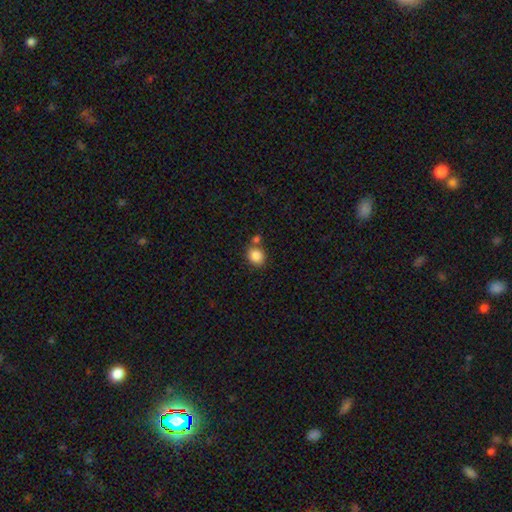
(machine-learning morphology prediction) Smooth or featured?
  - smooth: 86% *
  - star or artifact: 9%
  - featured or disk: 5%
How rounded?
  - round: 70% *
  - in between: 29%
  - cigar-shaped: 1%
Merging?
  - none: 65% *
  - merger: 21%
  - minor disturbance: 11%
  - major disturbance: 3%